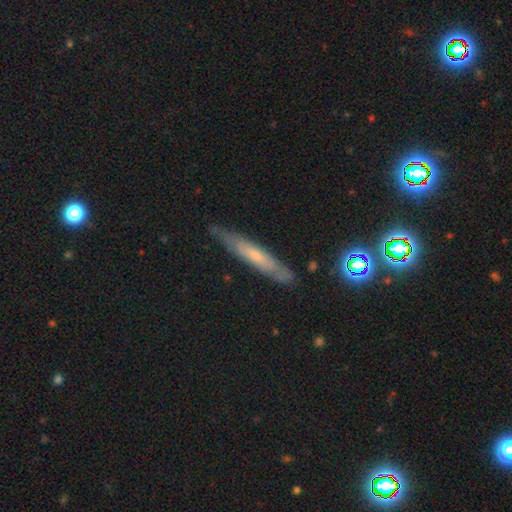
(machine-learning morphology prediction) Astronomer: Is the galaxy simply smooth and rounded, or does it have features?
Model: featured or disk — 53% (runner-up: smooth, 39%).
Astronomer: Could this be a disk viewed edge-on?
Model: yes — 71%.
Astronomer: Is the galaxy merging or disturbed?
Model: none — 78%.